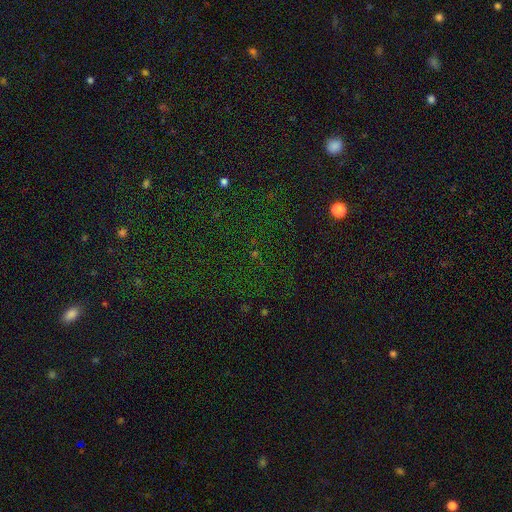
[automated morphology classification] Smooth or featured? Predicted: star or artifact (p=0.72).